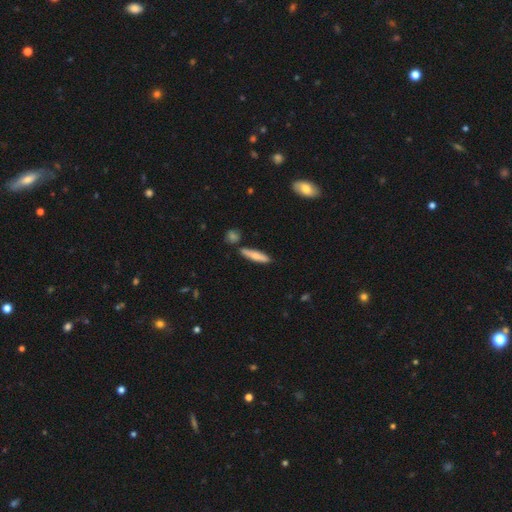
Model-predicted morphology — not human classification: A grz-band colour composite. It shows a smooth galaxy with no disk features (69%) that is cigar-shaped (84%). Merging: none (81%).